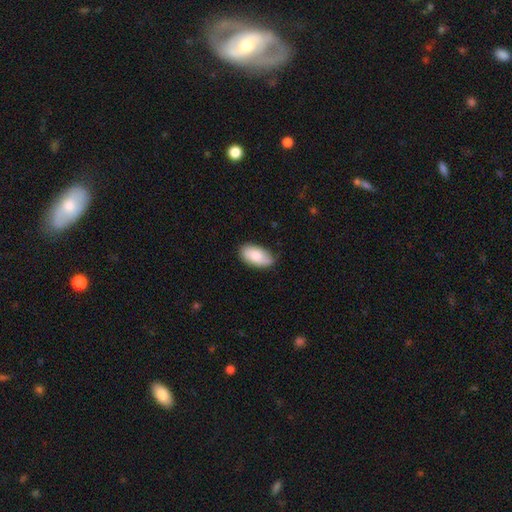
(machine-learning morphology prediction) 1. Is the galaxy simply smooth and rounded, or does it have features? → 82% smooth, 13% featured or disk, 6% star or artifact.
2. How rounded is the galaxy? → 95% in between, 3% round, 3% cigar-shaped.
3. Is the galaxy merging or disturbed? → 72% none, 23% minor disturbance, 3% major disturbance, 1% merger.